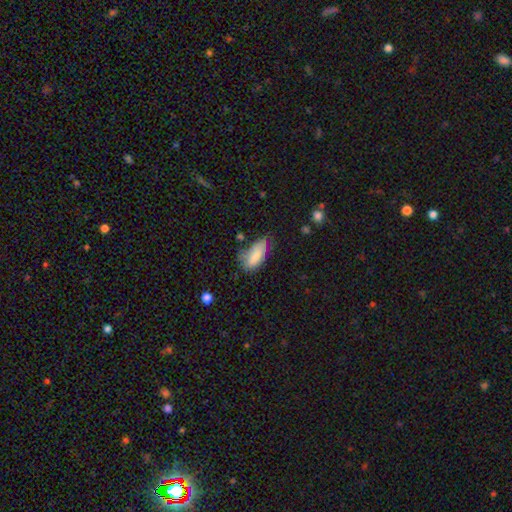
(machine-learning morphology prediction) Q: Smooth or featured?
A: smooth (76%); runner-up: featured or disk (16%)
Q: How rounded?
A: in between (87%); runner-up: cigar-shaped (10%)
Q: Merging?
A: none (43%); runner-up: minor disturbance (38%)